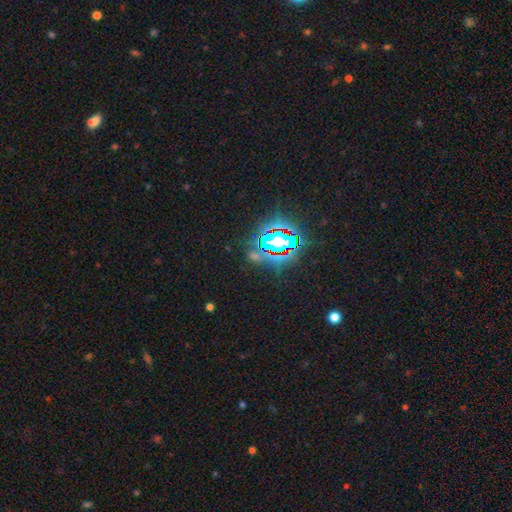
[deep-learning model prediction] A star or artifact, not a galaxy (74%).